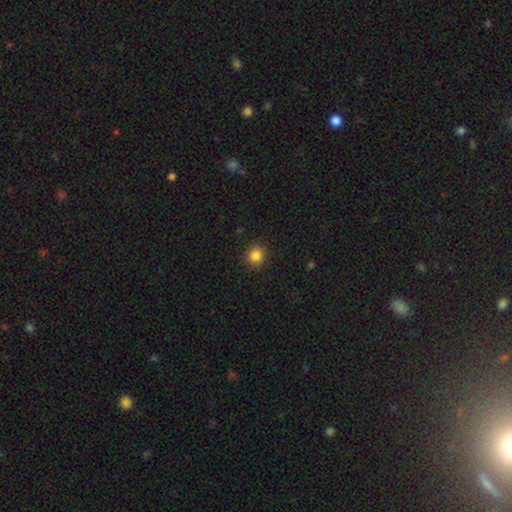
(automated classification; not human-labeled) Overall: smooth (84%). How rounded: round (90%). Merging: none (91%).